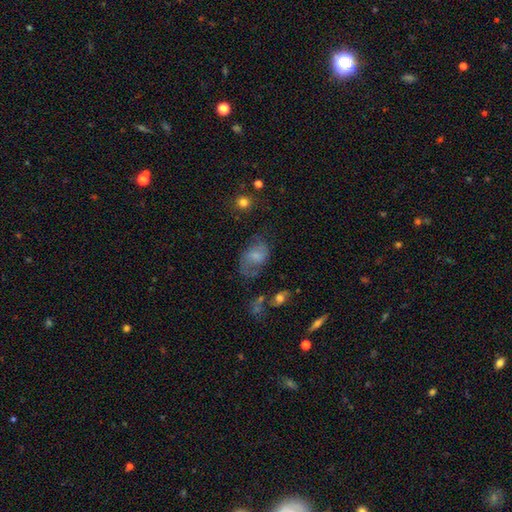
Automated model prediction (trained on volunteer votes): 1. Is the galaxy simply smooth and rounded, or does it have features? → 52% smooth, 38% featured or disk, 11% star or artifact.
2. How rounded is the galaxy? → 82% in between, 16% round, 2% cigar-shaped.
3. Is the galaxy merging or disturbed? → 52% none, 25% minor disturbance, 19% major disturbance, 4% merger.